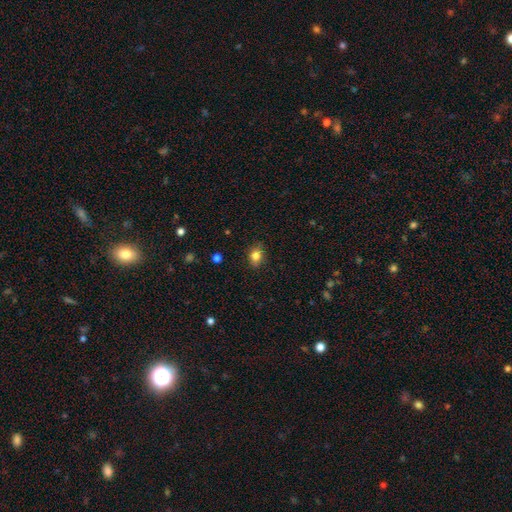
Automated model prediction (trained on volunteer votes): A smooth galaxy with no disk features (83%) that is in between round and cigar-shaped (58%). Merging: none (84%).